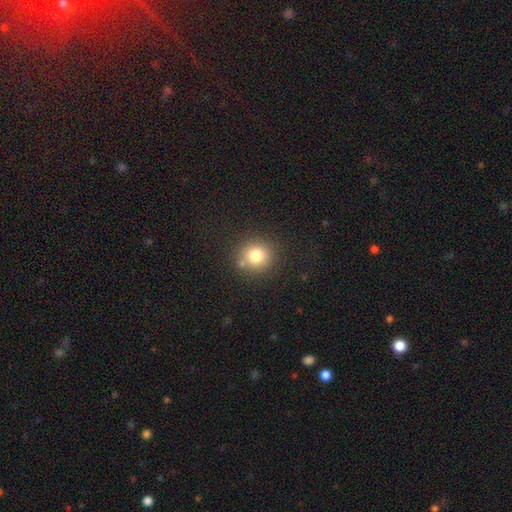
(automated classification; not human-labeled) Q: Smooth or featured?
A: smooth (80%); runner-up: star or artifact (12%)
Q: How rounded?
A: round (88%); runner-up: in between (11%)
Q: Merging?
A: none (80%); runner-up: minor disturbance (10%)